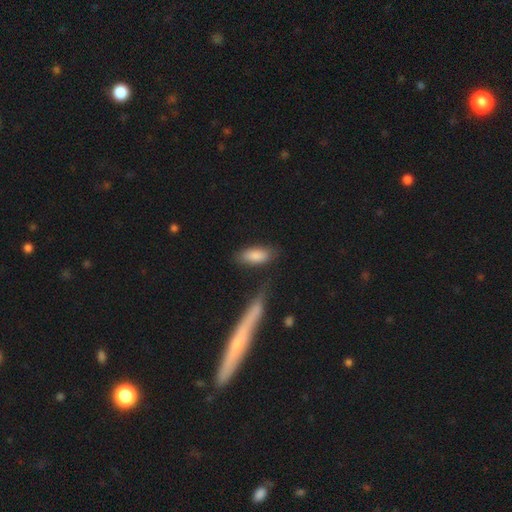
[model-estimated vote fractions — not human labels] Smooth or featured?
  - smooth: 85% *
  - featured or disk: 8%
  - star or artifact: 6%
How rounded?
  - in between: 83% *
  - cigar-shaped: 15%
  - round: 2%
Merging?
  - none: 71% *
  - minor disturbance: 16%
  - merger: 8%
  - major disturbance: 5%